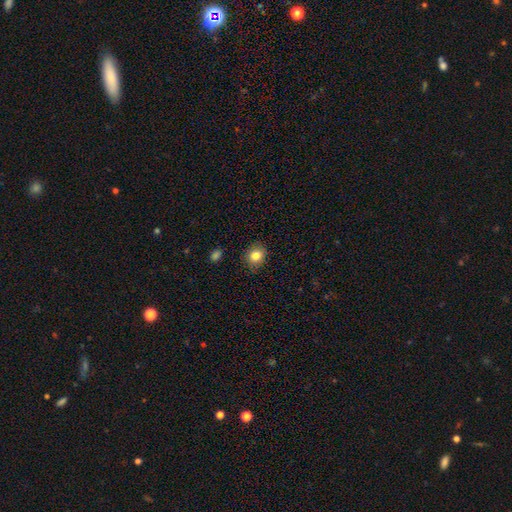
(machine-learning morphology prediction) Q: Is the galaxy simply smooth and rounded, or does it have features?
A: smooth — 83%.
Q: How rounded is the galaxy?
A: round — 65%.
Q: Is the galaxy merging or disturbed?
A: none — 86%.